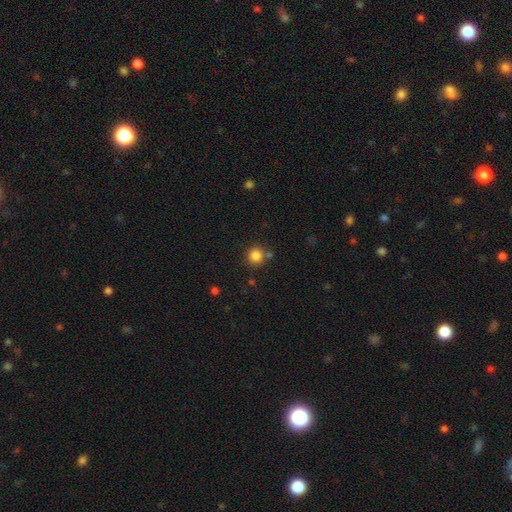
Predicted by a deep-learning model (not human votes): Smooth or featured: smooth — 84% (star or artifact — 12%)
How rounded: round — 93% (in between — 6%)
Merging: none — 80% (merger — 9%)